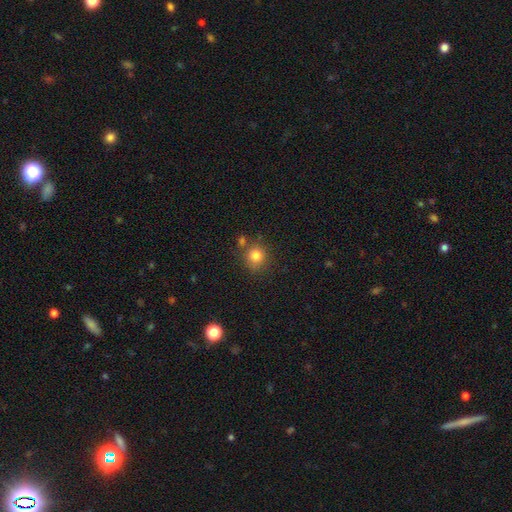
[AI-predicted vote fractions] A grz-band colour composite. It shows a smooth galaxy with no disk features (82%) that is round (87%). Merging: none (74%).